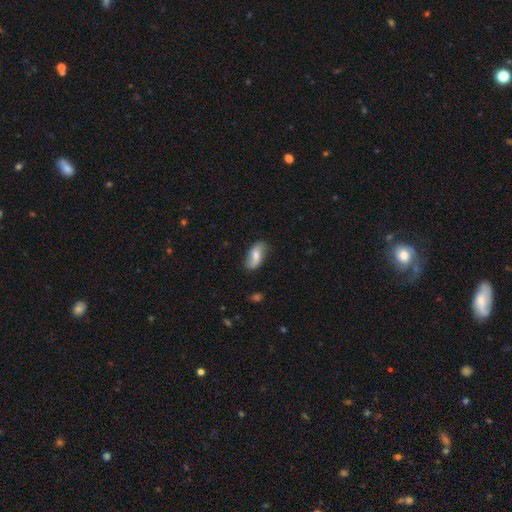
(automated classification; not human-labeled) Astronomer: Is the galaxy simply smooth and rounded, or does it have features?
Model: smooth — 55% (runner-up: featured or disk, 38%).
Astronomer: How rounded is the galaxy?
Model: in between — 87%.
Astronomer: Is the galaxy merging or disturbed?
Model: none — 77%.